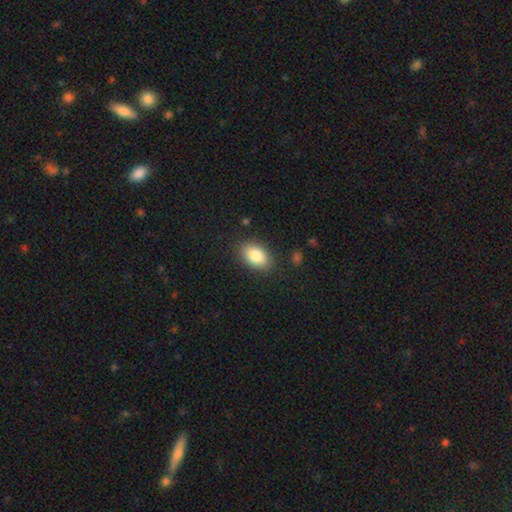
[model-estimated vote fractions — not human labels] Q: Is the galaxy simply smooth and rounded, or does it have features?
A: smooth — 85%.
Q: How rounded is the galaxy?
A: in between — 90%.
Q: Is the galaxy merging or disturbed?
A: none — 85%.